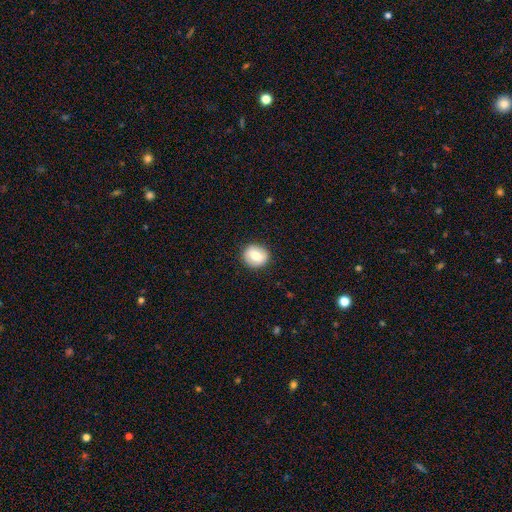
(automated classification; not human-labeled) Overall: smooth (72%). How rounded: round (81%). Merging: none (89%).